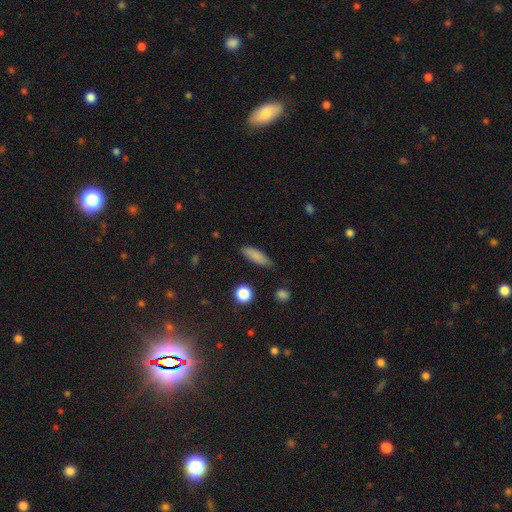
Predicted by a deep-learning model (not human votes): smooth 83%, featured or disk 8%, star or artifact 8%. Down the decision tree: how rounded — cigar-shaped (49%); merging — none (81%).